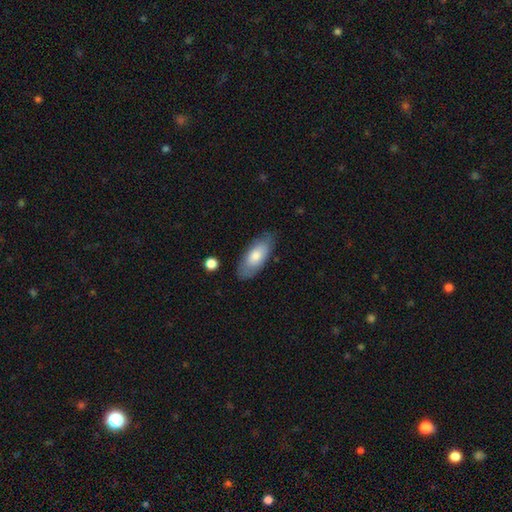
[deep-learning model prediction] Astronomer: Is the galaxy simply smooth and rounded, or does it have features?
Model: smooth — 73%.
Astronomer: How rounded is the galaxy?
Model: in between — 83%.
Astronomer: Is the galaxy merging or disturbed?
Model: none — 79%.